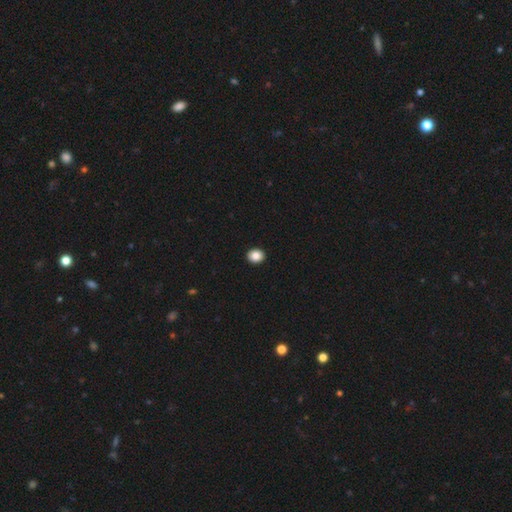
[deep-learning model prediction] smooth-or-featured: smooth: 86% | star or artifact: 9% | featured or disk: 5%
  how-rounded: round: 71% | in between: 28% | cigar-shaped: 1%
  merging: none: 94% | minor disturbance: 4% | major disturbance: 1% | merger: 1%